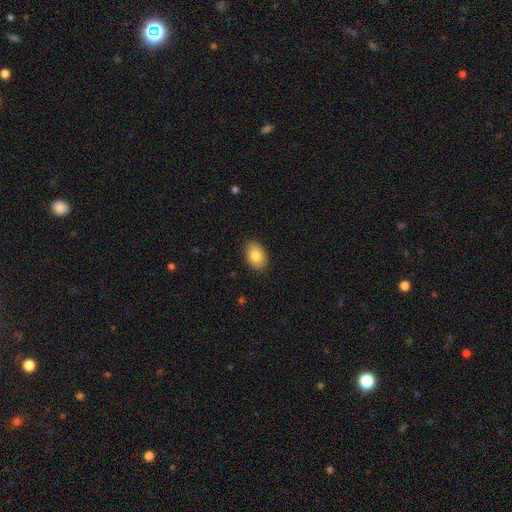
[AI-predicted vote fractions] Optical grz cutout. It shows a smooth galaxy with no disk features (82%) that is in between round and cigar-shaped (85%). Merging: none (87%).